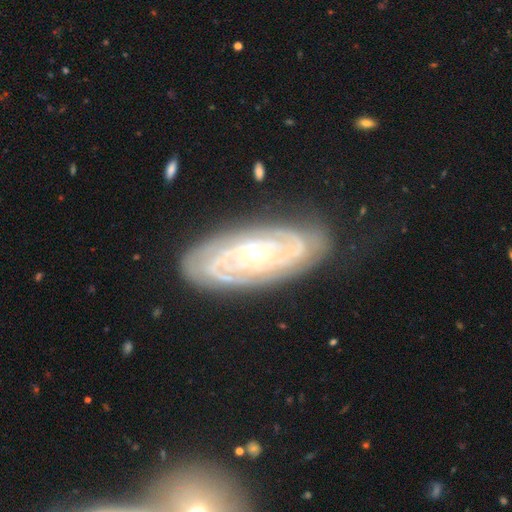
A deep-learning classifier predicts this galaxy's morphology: Smooth or featured? Predicted: featured or disk (p=0.89). Edge-on disk? Predicted: no (p=0.93). Bar? Predicted: no (p=0.71). Spiral arms? Predicted: yes (p=0.97). Spiral winding? Predicted: tight (p=0.82). Spiral arm count? Predicted: 2 (p=0.28). Bulge size? Predicted: small (p=0.62). Merging? Predicted: none (p=0.81).